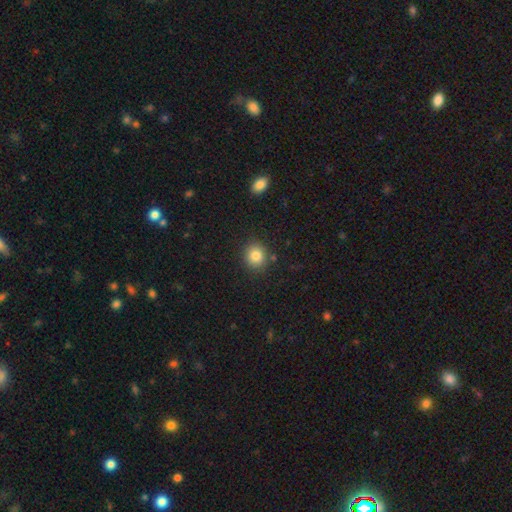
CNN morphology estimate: Smooth or featured? smooth (83%)
How rounded? round (82%)
Merging? none (85%)